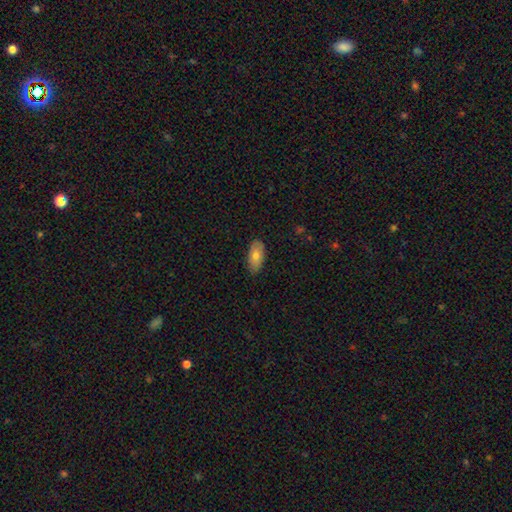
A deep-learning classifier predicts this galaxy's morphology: type=smooth (72%); roundness=in between (91%); merging=none (84%).